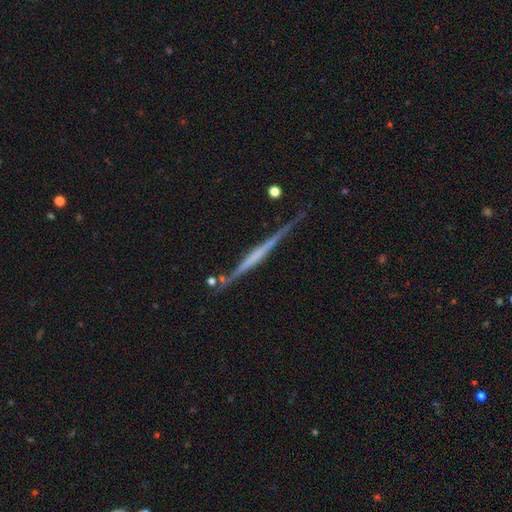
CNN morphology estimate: Smooth or featured? featured or disk (73%)
Edge-on disk? yes (98%)
Edge-on bulge? none (66%)
Merging? none (80%)